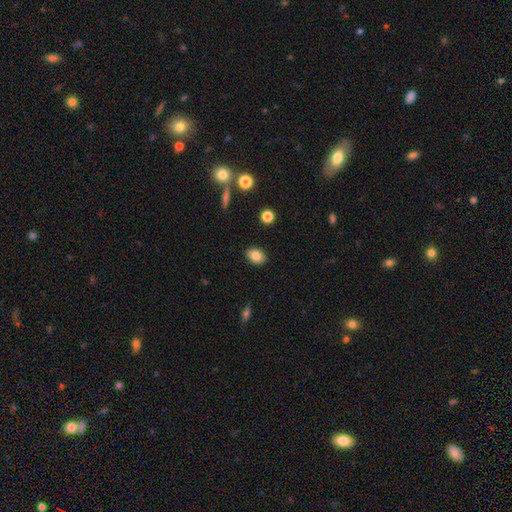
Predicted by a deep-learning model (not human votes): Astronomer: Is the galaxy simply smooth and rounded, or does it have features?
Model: smooth — 85%.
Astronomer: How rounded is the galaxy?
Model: in between — 71%.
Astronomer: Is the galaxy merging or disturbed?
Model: none — 89%.